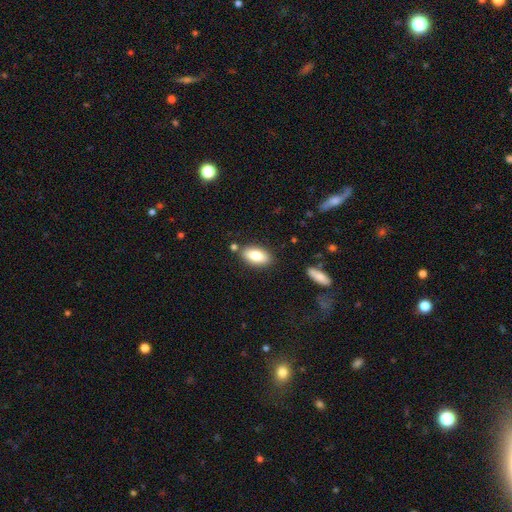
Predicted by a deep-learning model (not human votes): The model was most divided on "smooth or featured": smooth: 80%, featured or disk: 13%, star or artifact: 7%. More confident: how rounded — in between (91%); merging — none (83%).